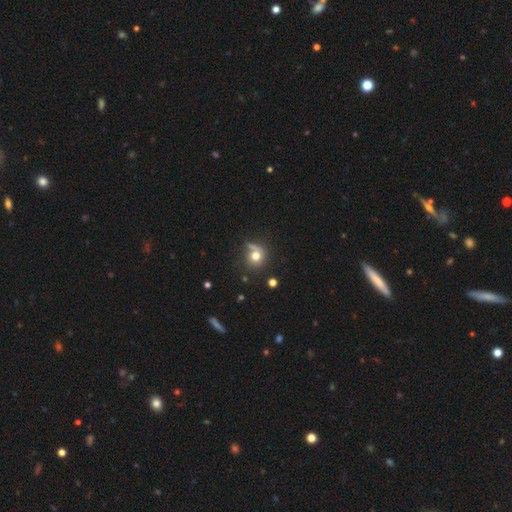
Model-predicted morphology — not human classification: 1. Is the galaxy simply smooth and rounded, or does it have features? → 75% smooth, 13% featured or disk, 12% star or artifact.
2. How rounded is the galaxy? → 85% round, 13% in between, 1% cigar-shaped.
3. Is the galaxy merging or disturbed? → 57% none, 18% minor disturbance, 13% merger, 12% major disturbance.